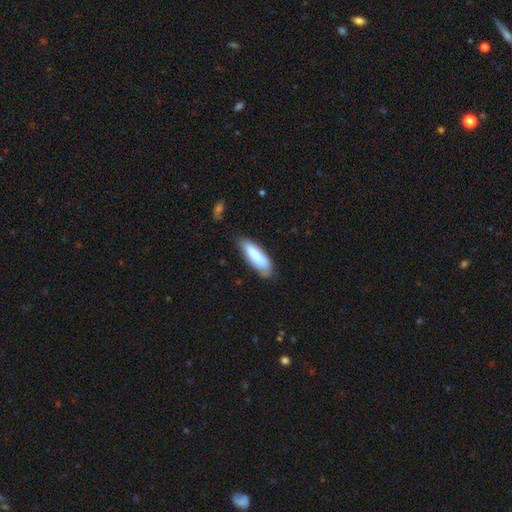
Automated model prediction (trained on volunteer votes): A smooth galaxy with no disk features (78%) that is in between round and cigar-shaped (54%). Merging: none (69%).